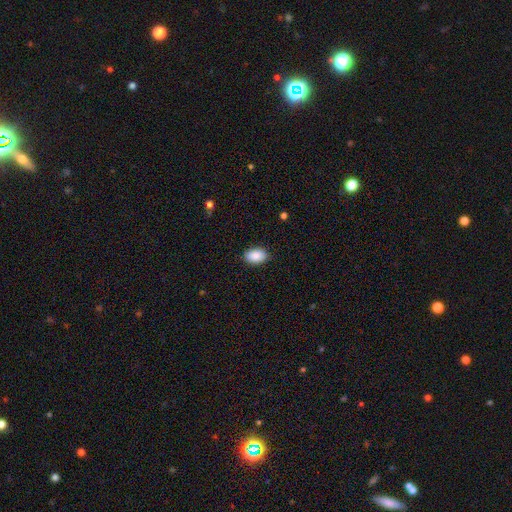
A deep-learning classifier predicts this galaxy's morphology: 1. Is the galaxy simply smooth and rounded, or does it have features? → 89% smooth, 7% star or artifact, 4% featured or disk.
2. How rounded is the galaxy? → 91% in between, 8% round, 1% cigar-shaped.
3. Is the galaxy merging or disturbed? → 88% none, 9% minor disturbance, 2% major disturbance, 1% merger.